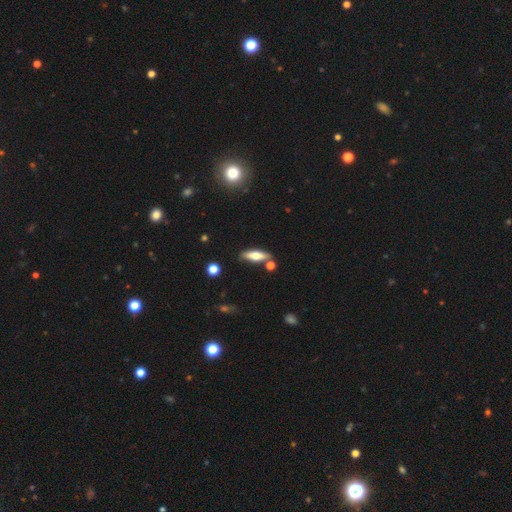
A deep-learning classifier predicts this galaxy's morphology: Q: Smooth or featured?
A: smooth (53%); runner-up: featured or disk (40%)
Q: How rounded?
A: cigar-shaped (54%); runner-up: in between (43%)
Q: Merging?
A: none (78%); runner-up: minor disturbance (12%)